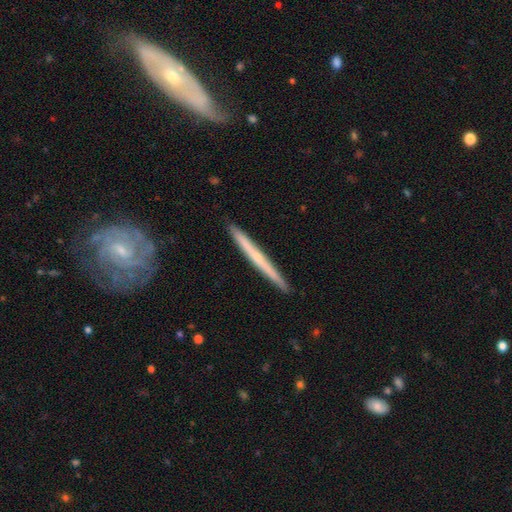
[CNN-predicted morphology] A featured or disk galaxy (58%) viewed edge-on (96%) with no central bulge (61%).

Vote fractions:
- Smooth or featured? featured or disk: 58% / smooth: 37% / star or artifact: 5%
- Edge-on disk? yes: 96% / no: 4%
- Edge-on bulge? none: 61% / rounded: 36% / boxy: 3%
- Merging? none: 92% / minor disturbance: 6% / merger: 1% / major disturbance: 1%